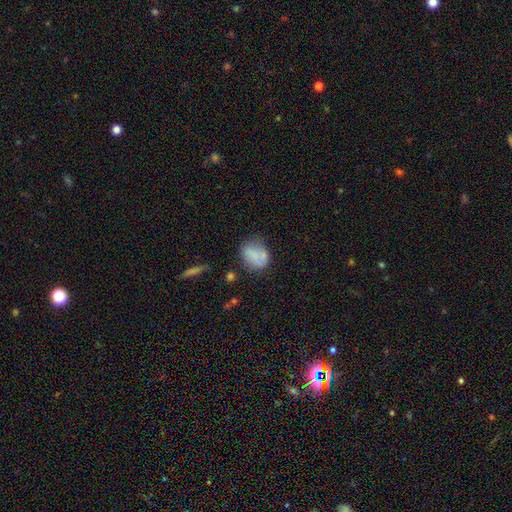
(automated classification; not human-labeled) Smooth or featured? Predicted: smooth (p=0.75). How rounded? Predicted: in between (p=0.54). Merging? Predicted: none (p=0.55).